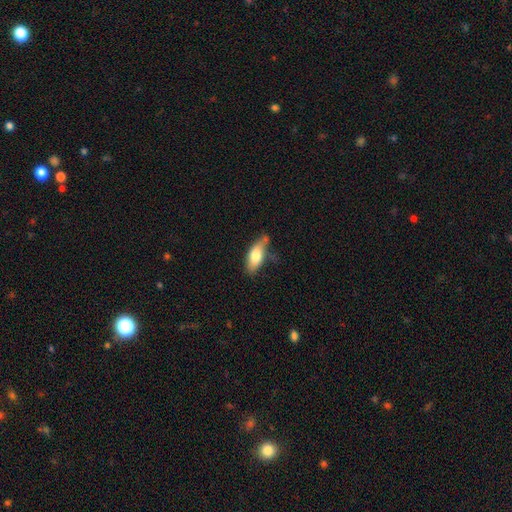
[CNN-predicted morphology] A smooth galaxy with no disk features (73%) that is in between round and cigar-shaped (80%).

Vote fractions:
- Smooth or featured? smooth: 73% / featured or disk: 20% / star or artifact: 6%
- How rounded? in between: 80% / cigar-shaped: 18% / round: 3%
- Merging? none: 50% / minor disturbance: 32% / major disturbance: 9% / merger: 9%